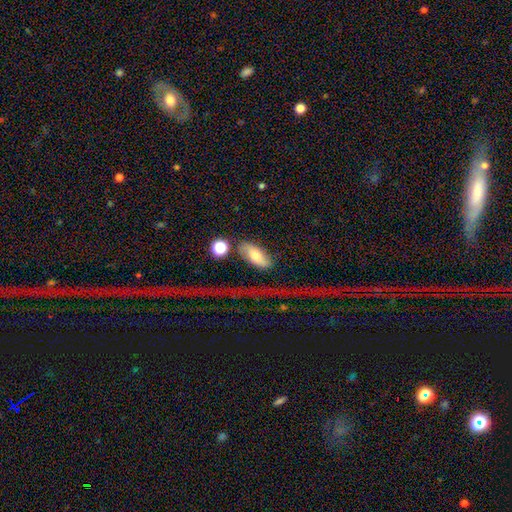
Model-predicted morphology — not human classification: smooth_or_featured: smooth (p=0.59) [alt: featured or disk p=0.32]
how_rounded: in between (p=0.84) [alt: cigar-shaped p=0.10]
merging: none (p=0.52) [alt: major disturbance p=0.21]